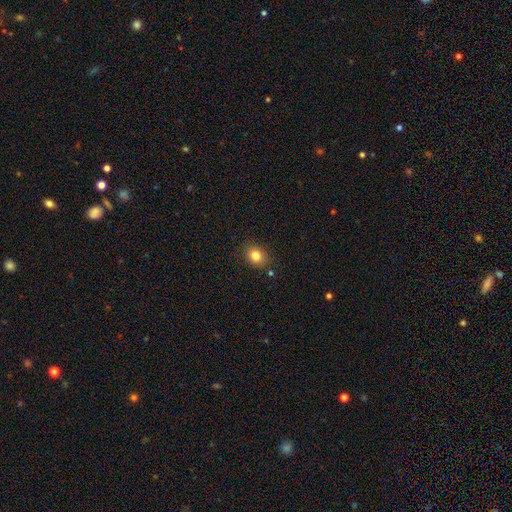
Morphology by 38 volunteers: smooth-or-featured: smooth: 79% | featured or disk: 13% | star or artifact: 8%
  how-rounded: round: 67% | in between: 33% | cigar-shaped: 0%
  merging: none: 91% | minor disturbance: 9% | major disturbance: 0% | merger: 0%